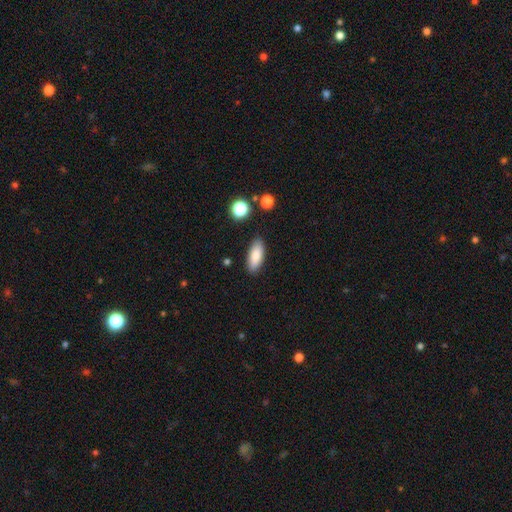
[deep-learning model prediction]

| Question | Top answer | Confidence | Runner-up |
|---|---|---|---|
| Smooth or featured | smooth | 85% | featured or disk (8%) |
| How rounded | in between | 79% | cigar-shaped (18%) |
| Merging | none | 86% | minor disturbance (10%) |